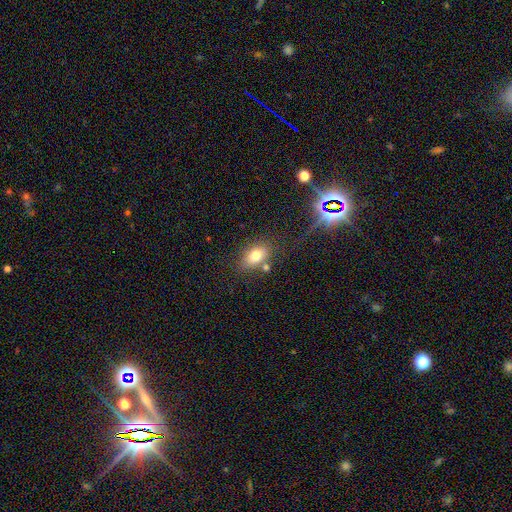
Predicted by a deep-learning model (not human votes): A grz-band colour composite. It shows a smooth galaxy with no disk features (77%) that is in between round and cigar-shaped (83%). Merging: none (68%).